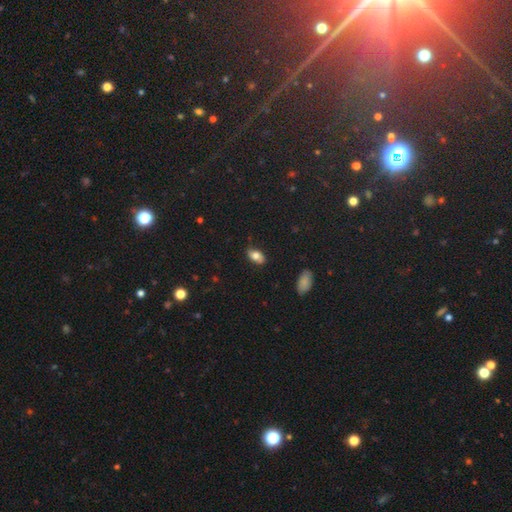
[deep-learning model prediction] smooth_or_featured: smooth (p=0.75) [alt: featured or disk p=0.16]
how_rounded: in between (p=0.90) [alt: round p=0.07]
merging: none (p=0.73) [alt: minor disturbance p=0.21]